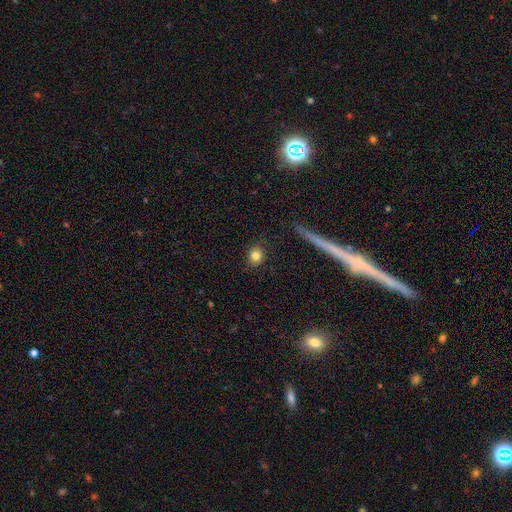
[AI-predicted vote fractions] This is clearly a smooth galaxy (81%). How rounded: clearly round (88%). Merging: clearly none (89%).